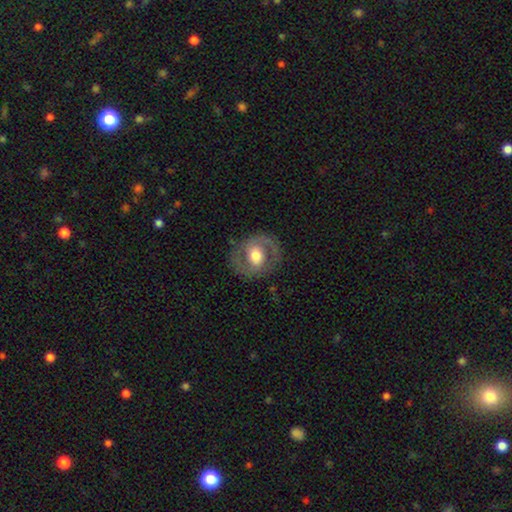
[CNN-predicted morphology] A featured or disk galaxy (63%) with no bar (47%), spiral arms (63%) and a moderate central bulge (58%).

Vote fractions:
- Smooth or featured? featured or disk: 63% / smooth: 31% / star or artifact: 6%
- Edge-on disk? no: 96% / yes: 4%
- Bar? no: 47% / weak: 37% / strong: 15%
- Spiral arms? yes: 63% / no: 37%
- Bulge size? moderate: 58% / large: 32% / small: 6% / dominant: 2% / none: 1%
- Merging? none: 77% / minor disturbance: 14% / major disturbance: 8% / merger: 1%